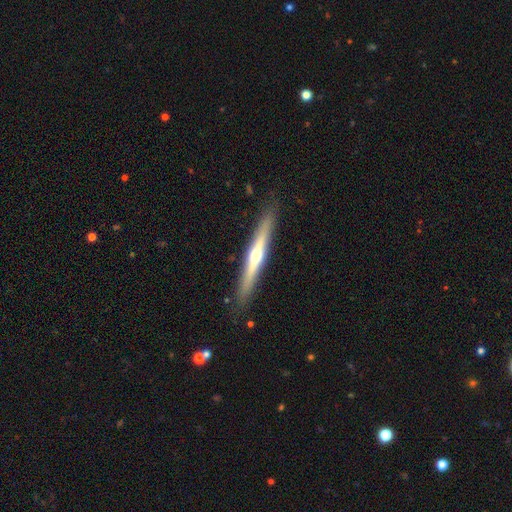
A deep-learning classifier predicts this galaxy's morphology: A featured or disk galaxy (68%) viewed edge-on (97%) with a rounded central bulge (86%).

Vote fractions:
- Smooth or featured? featured or disk: 68% / smooth: 27% / star or artifact: 5%
- Edge-on disk? yes: 97% / no: 3%
- Edge-on bulge? rounded: 86% / none: 11% / boxy: 3%
- Merging? none: 89% / minor disturbance: 8% / major disturbance: 2% / merger: 1%